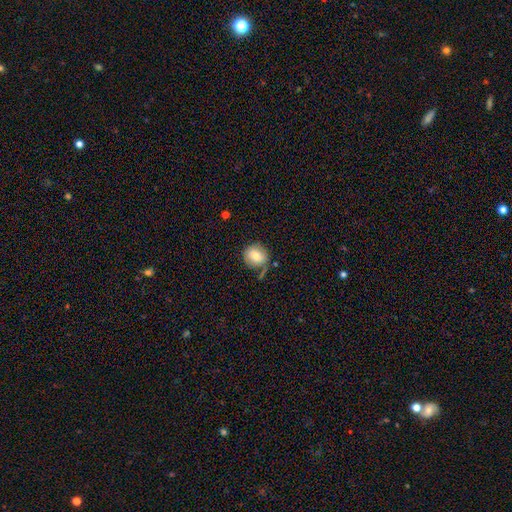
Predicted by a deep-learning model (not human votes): Morphology: type=smooth (75%); roundness=round (82%); merging=none (64%).